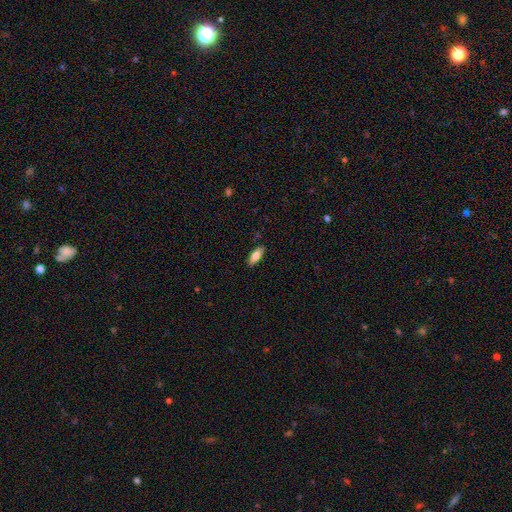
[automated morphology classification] Smooth or featured: smooth — 78% (featured or disk — 16%)
How rounded: in between — 72% (cigar-shaped — 26%)
Merging: none — 88% (minor disturbance — 9%)